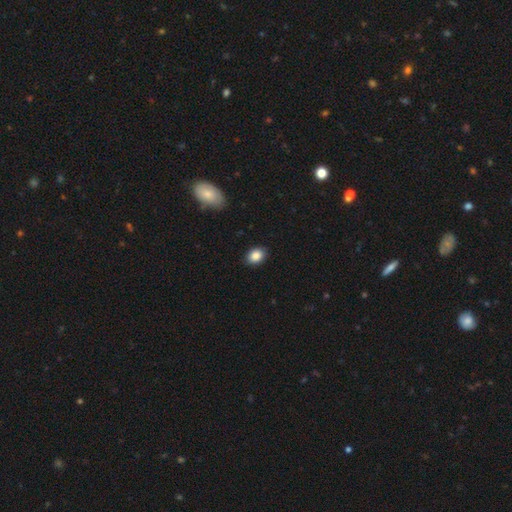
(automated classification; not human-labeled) Smooth or featured? smooth (87%)
How rounded? in between (67%)
Merging? none (88%)